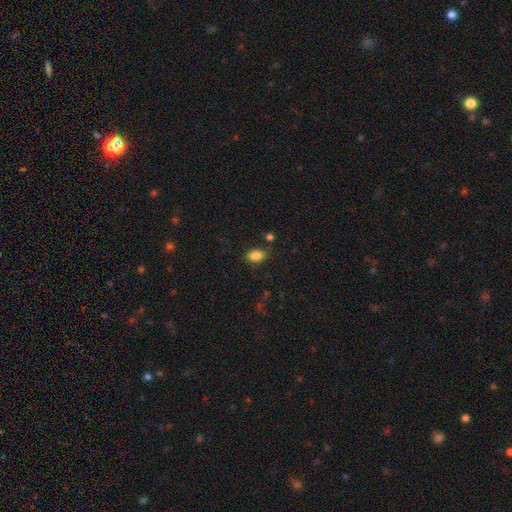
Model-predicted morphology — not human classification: A smooth galaxy with no disk features (85%) that is in between round and cigar-shaped (86%).

Vote fractions:
- Smooth or featured? smooth: 85% / star or artifact: 9% / featured or disk: 6%
- How rounded? in between: 86% / round: 12% / cigar-shaped: 2%
- Merging? none: 81% / minor disturbance: 12% / merger: 4% / major disturbance: 3%